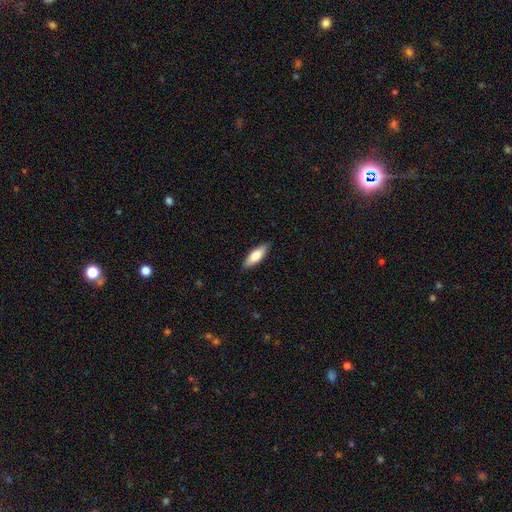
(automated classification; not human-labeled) Smooth or featured?
  - smooth: 74% *
  - featured or disk: 20%
  - star or artifact: 5%
How rounded?
  - in between: 58% *
  - cigar-shaped: 40%
  - round: 2%
Merging?
  - none: 87% *
  - minor disturbance: 10%
  - major disturbance: 2%
  - merger: 1%